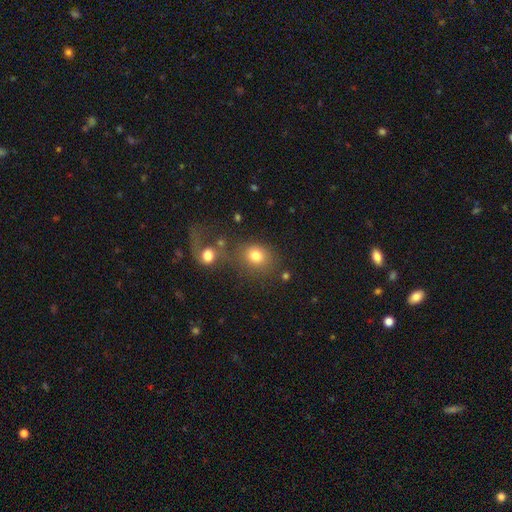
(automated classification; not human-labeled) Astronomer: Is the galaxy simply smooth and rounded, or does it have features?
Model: smooth — 77%.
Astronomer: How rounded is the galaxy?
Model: round — 63%.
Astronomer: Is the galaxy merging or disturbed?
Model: none — 52%.